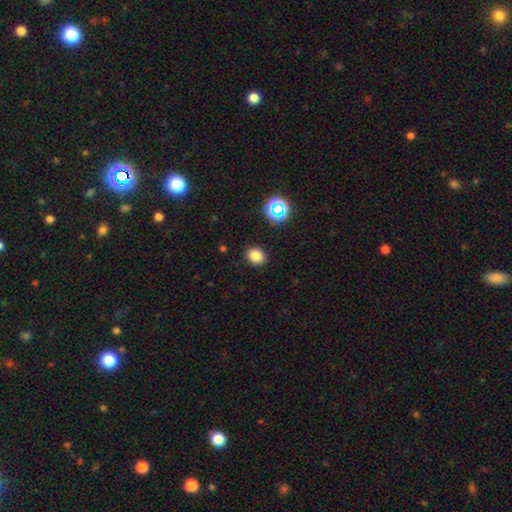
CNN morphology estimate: Q: Smooth or featured?
A: smooth (79%); runner-up: star or artifact (15%)
Q: How rounded?
A: round (61%); runner-up: in between (38%)
Q: Merging?
A: none (89%); runner-up: minor disturbance (7%)